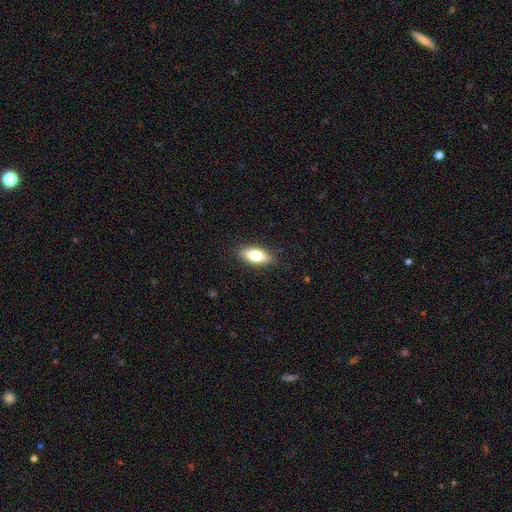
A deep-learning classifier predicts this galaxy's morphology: smooth_or_featured: smooth (p=0.79) [alt: featured or disk p=0.14]
how_rounded: in between (p=0.84) [alt: cigar-shaped p=0.12]
merging: none (p=0.87) [alt: minor disturbance p=0.10]